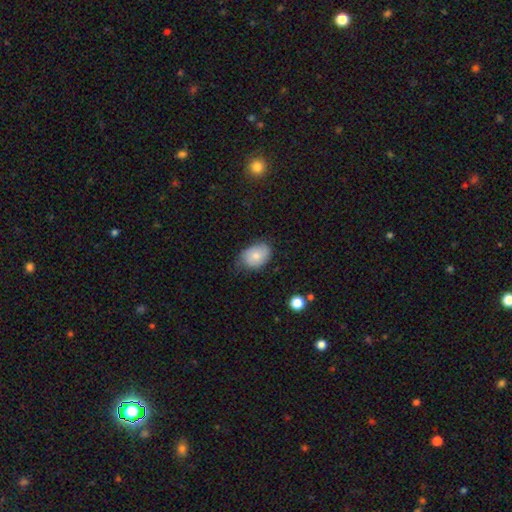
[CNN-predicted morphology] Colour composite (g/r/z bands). It shows a smooth galaxy with no disk features (76%) that is in between round and cigar-shaped (78%). Merging: none (61%).